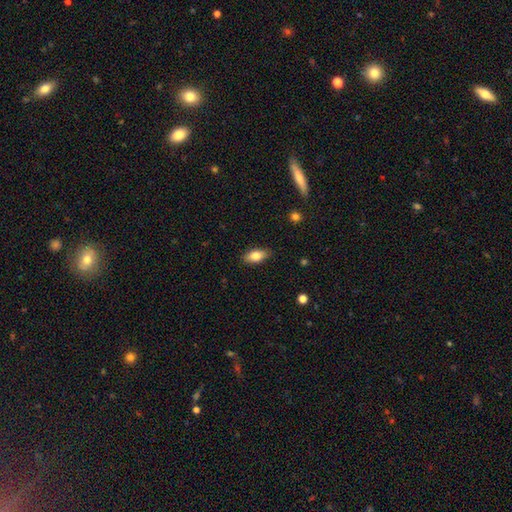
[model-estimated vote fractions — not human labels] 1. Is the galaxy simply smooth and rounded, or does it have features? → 80% smooth, 13% featured or disk, 7% star or artifact.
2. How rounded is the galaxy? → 87% in between, 9% cigar-shaped, 4% round.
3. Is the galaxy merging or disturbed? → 86% none, 11% minor disturbance, 2% major disturbance, 1% merger.